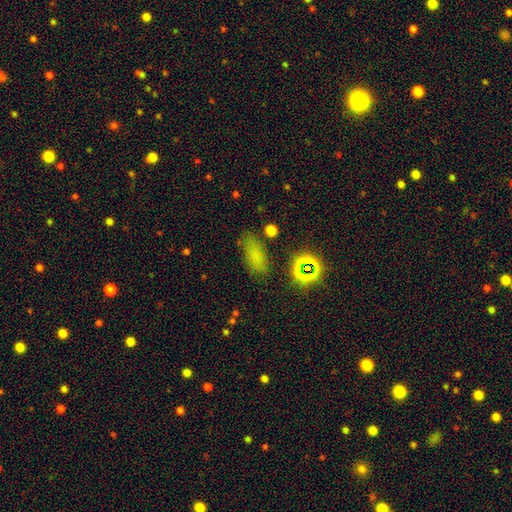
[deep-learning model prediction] Smooth or featured?
  - smooth: 65% *
  - star or artifact: 25%
  - featured or disk: 10%
How rounded?
  - in between: 77% *
  - cigar-shaped: 15%
  - round: 8%
Merging?
  - none: 72% *
  - minor disturbance: 18%
  - major disturbance: 6%
  - merger: 4%